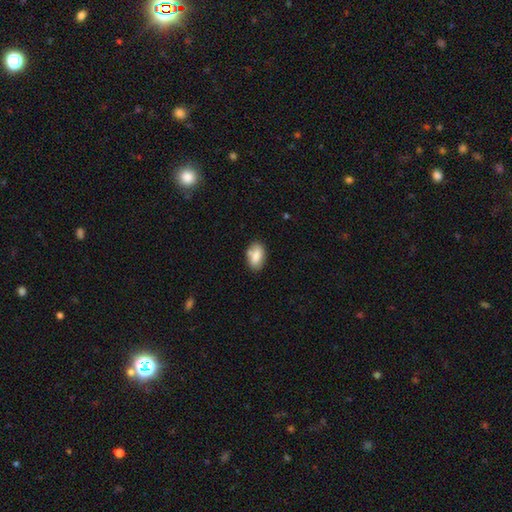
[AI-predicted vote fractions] This appears to be a smooth galaxy with no disk features (80%) that is in between round and cigar-shaped (90%). Merging: none (70%).